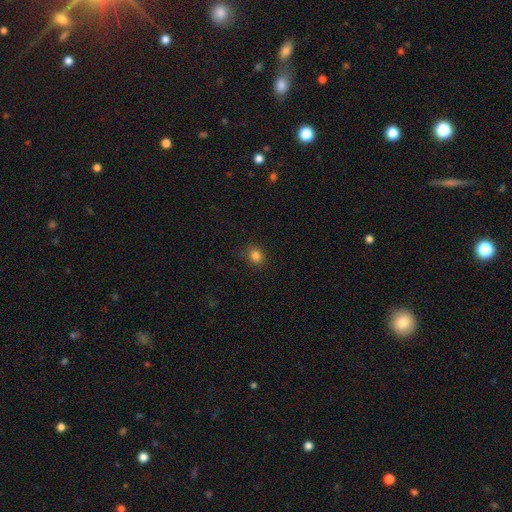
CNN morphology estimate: The model was most divided on "how rounded": round: 64%, in between: 35%, cigar-shaped: 1%. More confident: merging — none (87%); smooth or featured — smooth (82%).